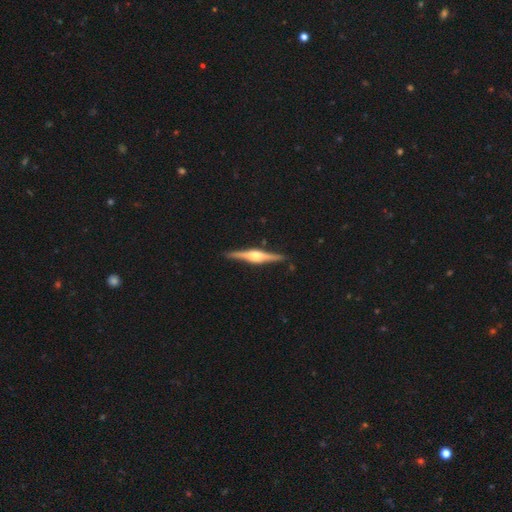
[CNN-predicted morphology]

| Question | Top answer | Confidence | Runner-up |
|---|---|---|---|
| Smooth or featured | featured or disk | 84% | smooth (12%) |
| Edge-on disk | yes | 98% | no (2%) |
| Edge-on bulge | rounded | 89% | boxy (9%) |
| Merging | none | 90% | minor disturbance (7%) |